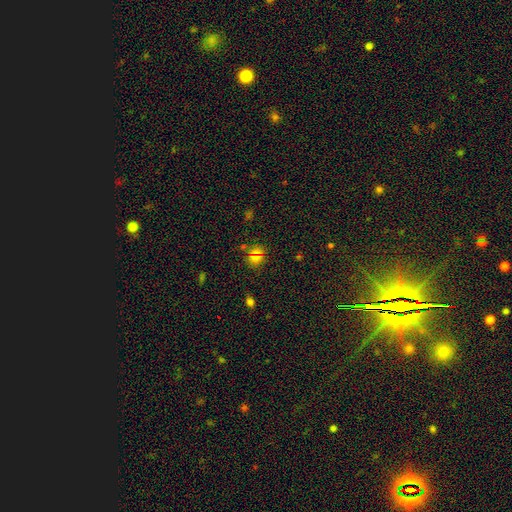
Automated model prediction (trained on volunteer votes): smooth_or_featured: smooth (p=0.64) [alt: star or artifact p=0.28]
how_rounded: round (p=0.80) [alt: in between p=0.19]
merging: none (p=0.82) [alt: minor disturbance p=0.11]